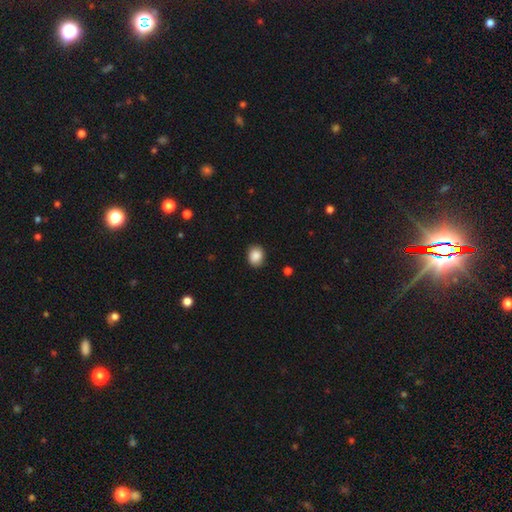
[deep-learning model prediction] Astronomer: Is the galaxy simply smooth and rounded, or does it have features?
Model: smooth — 88%.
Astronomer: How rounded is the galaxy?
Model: round — 56% (runner-up: in between, 44%).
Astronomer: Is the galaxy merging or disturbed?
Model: none — 85%.